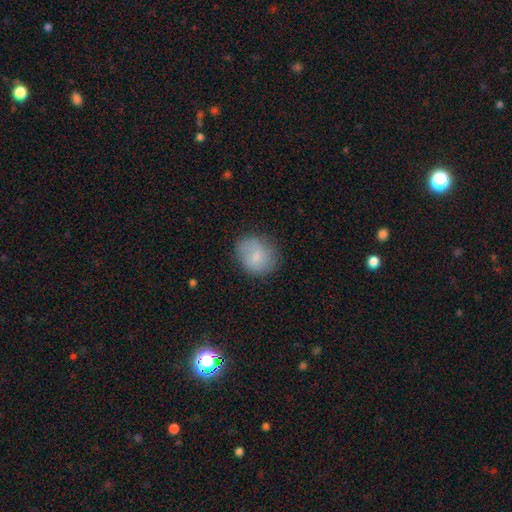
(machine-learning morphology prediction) This is likely a smooth galaxy (76%). How rounded: likely round (62%). Merging: likely none (69%).